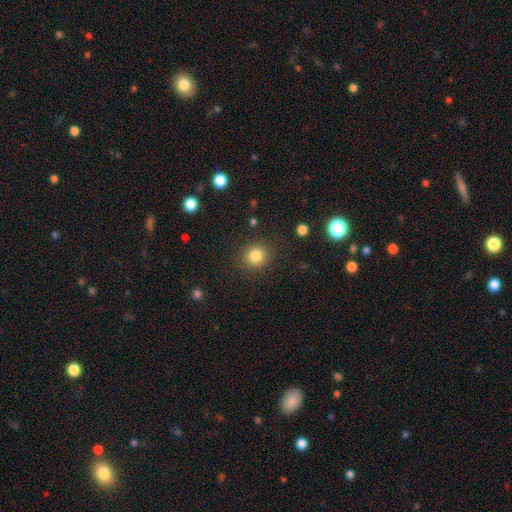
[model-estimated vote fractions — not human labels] A smooth galaxy with no disk features (83%) that is round (86%).

Vote fractions:
- Smooth or featured? smooth: 83% / star or artifact: 11% / featured or disk: 6%
- How rounded? round: 86% / in between: 13% / cigar-shaped: 1%
- Merging? none: 88% / minor disturbance: 7% / major disturbance: 3% / merger: 1%